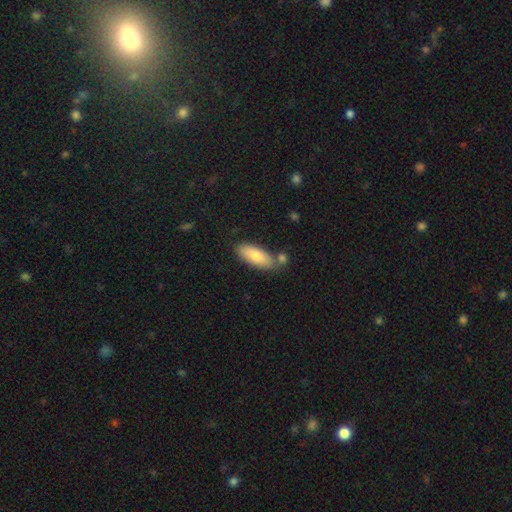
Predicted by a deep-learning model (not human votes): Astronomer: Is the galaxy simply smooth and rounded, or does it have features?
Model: smooth — 79%.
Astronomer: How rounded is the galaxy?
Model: in between — 78%.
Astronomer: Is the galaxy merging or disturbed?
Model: none — 69%.